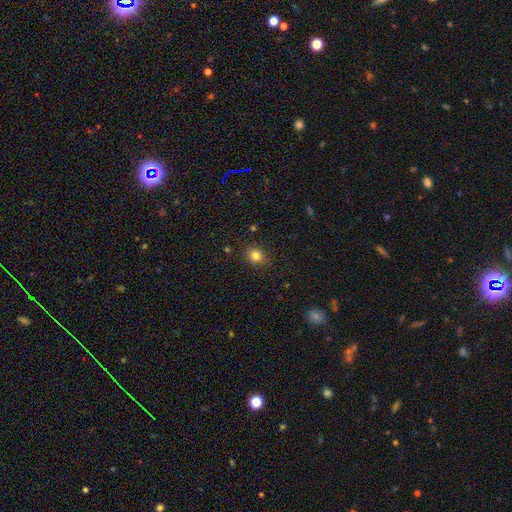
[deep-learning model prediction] A smooth galaxy with no disk features (81%) that is round (79%).

Vote fractions:
- Smooth or featured? smooth: 81% / star or artifact: 13% / featured or disk: 6%
- How rounded? round: 79% / in between: 20% / cigar-shaped: 1%
- Merging? none: 87% / minor disturbance: 9% / major disturbance: 2% / merger: 1%